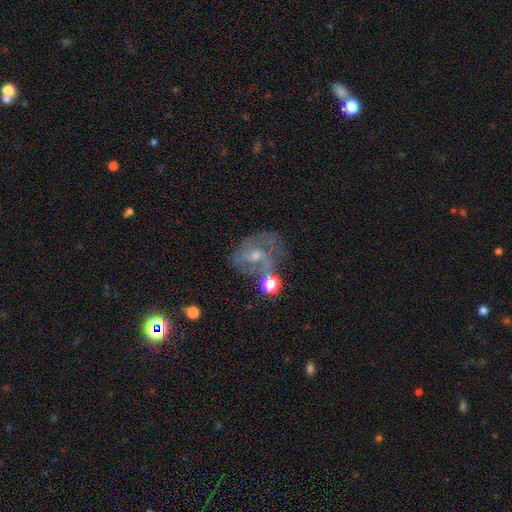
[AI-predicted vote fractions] This is likely a featured or disk galaxy (67%). It is clearly not viewed edge-on (97%). Bar: possibly no (46%). Spiral arm pattern: likely yes (80%). Spiral arm count: marginally 2 (43%). Spiral winding: possibly medium (47%). Central bulge: possibly small (51%). Merging: possibly none (47%).